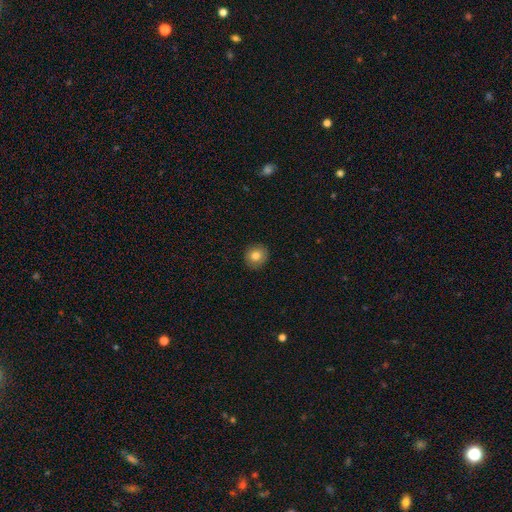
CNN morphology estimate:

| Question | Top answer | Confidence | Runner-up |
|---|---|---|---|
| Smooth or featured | smooth | 81% | star or artifact (10%) |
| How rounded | round | 87% | in between (12%) |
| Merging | none | 90% | minor disturbance (7%) |